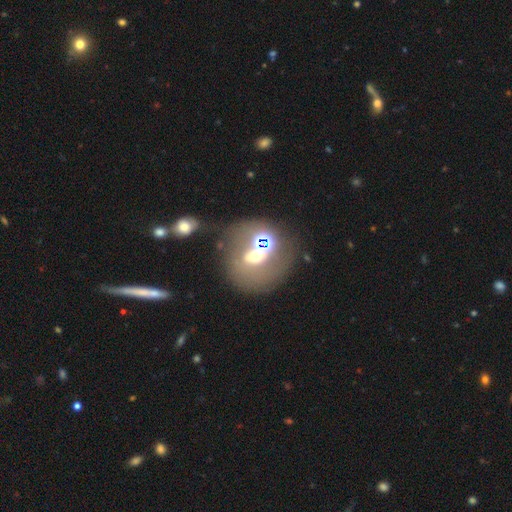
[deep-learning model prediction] Smooth or featured? smooth (41%)
Merging? none (52%)